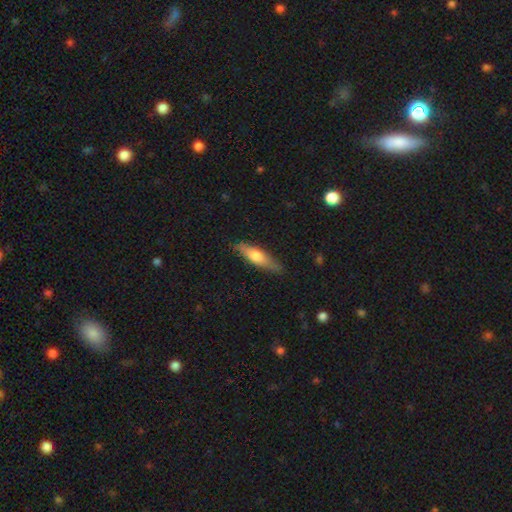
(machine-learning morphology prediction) smooth_or_featured: smooth (p=0.58) [alt: featured or disk p=0.36]
how_rounded: cigar-shaped (p=0.65) [alt: in between p=0.33]
merging: none (p=0.81) [alt: minor disturbance p=0.15]